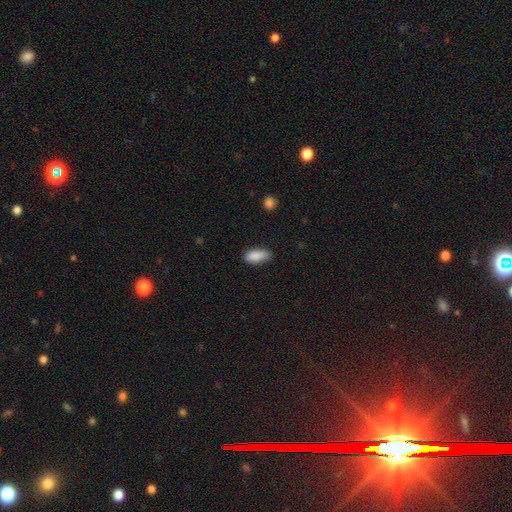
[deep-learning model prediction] Morphology: type=smooth (89%); roundness=in between (86%); merging=none (80%).